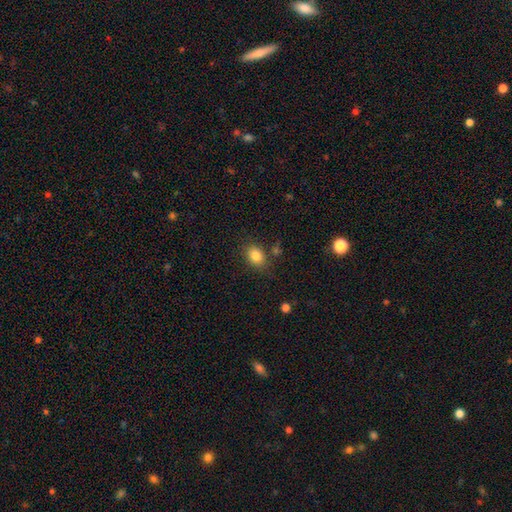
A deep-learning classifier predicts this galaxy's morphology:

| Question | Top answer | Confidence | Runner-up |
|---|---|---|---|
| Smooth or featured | smooth | 84% | star or artifact (10%) |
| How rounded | in between | 67% | round (32%) |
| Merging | none | 77% | minor disturbance (14%) |